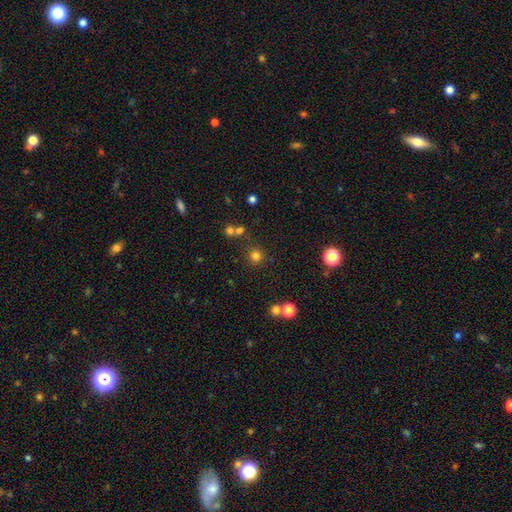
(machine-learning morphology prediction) Smooth or featured? Predicted: smooth (p=0.76). How rounded? Predicted: round (p=0.94). Merging? Predicted: none (p=0.81).